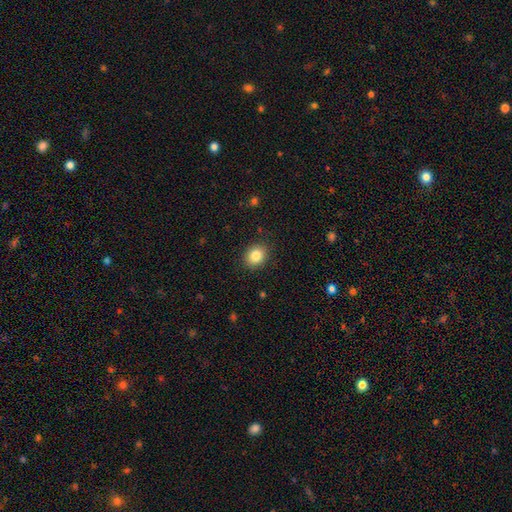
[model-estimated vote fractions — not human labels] This appears to be a smooth galaxy with no disk features (84%) that is round (55%). Merging: none (89%).